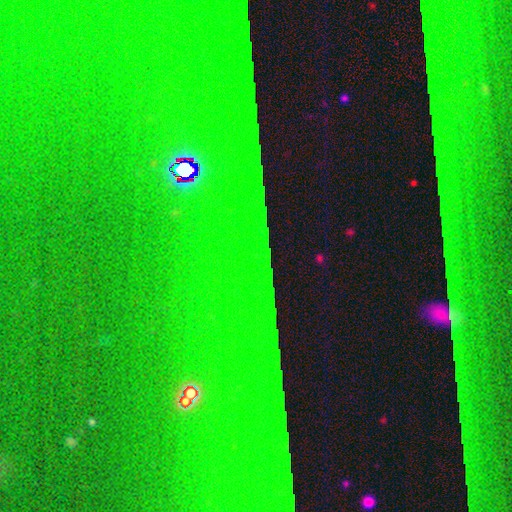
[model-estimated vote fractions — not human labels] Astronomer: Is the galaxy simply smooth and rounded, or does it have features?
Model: star or artifact — 84%.